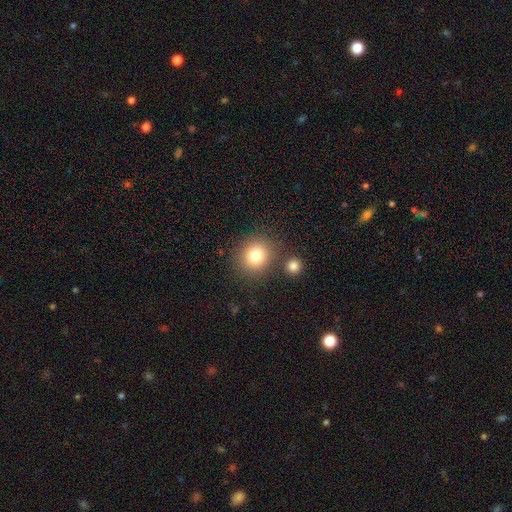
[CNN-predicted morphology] This appears to be a smooth galaxy with no disk features (79%) that is round (86%). Merging: none (79%).